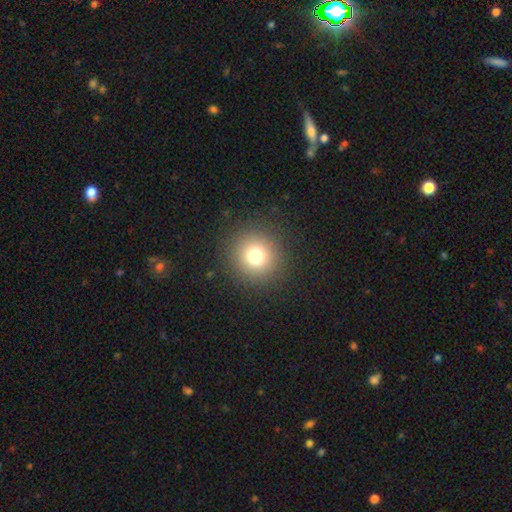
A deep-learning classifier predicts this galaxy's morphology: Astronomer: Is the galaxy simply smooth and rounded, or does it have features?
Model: smooth — 75%.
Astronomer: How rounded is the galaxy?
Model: round — 94%.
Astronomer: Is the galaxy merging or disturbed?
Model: none — 90%.